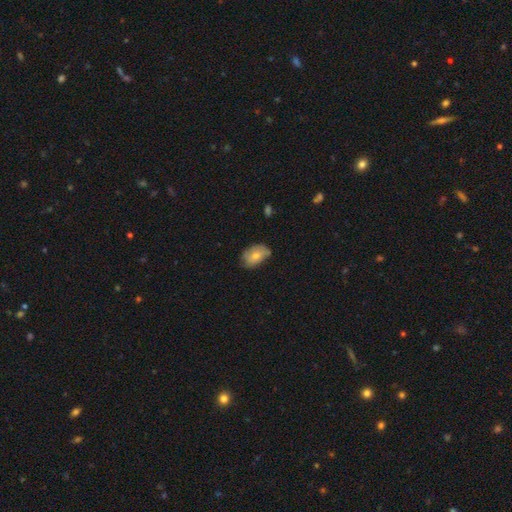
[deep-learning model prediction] smooth 70%, featured or disk 23%, star or artifact 7%. Down the decision tree: how rounded — in between (85%); merging — none (56%).